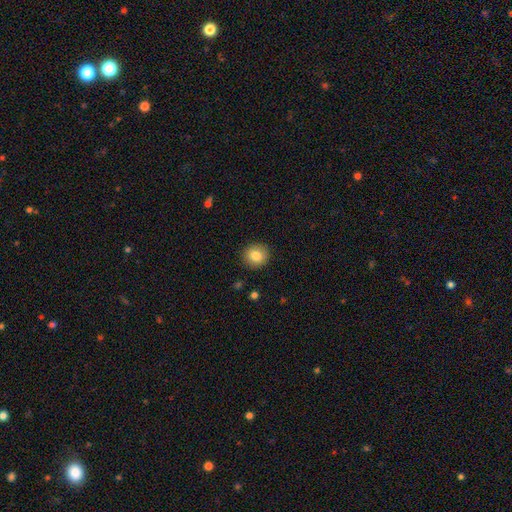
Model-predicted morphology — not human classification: Smooth or featured: smooth — 84% (star or artifact — 9%)
How rounded: round — 88% (in between — 11%)
Merging: none — 91% (minor disturbance — 6%)